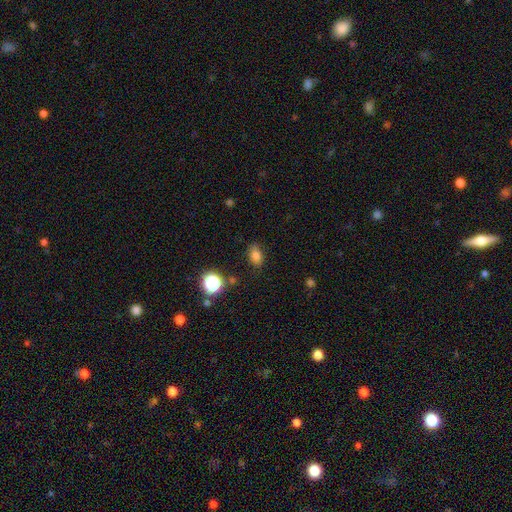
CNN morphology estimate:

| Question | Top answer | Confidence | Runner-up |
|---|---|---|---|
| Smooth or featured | smooth | 79% | star or artifact (14%) |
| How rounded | in between | 81% | round (17%) |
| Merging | none | 81% | minor disturbance (13%) |